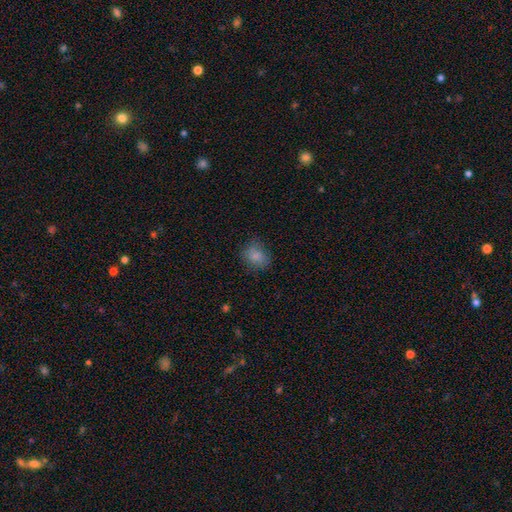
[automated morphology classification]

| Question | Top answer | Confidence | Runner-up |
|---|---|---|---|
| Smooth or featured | smooth | 83% | star or artifact (10%) |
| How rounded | round | 60% | in between (39%) |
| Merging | none | 72% | minor disturbance (20%) |